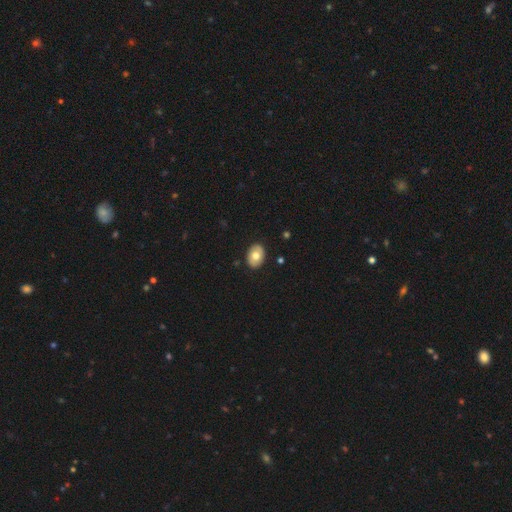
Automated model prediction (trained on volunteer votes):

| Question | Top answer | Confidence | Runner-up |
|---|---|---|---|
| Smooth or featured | smooth | 71% | featured or disk (23%) |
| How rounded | in between | 80% | round (19%) |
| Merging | none | 89% | minor disturbance (8%) |